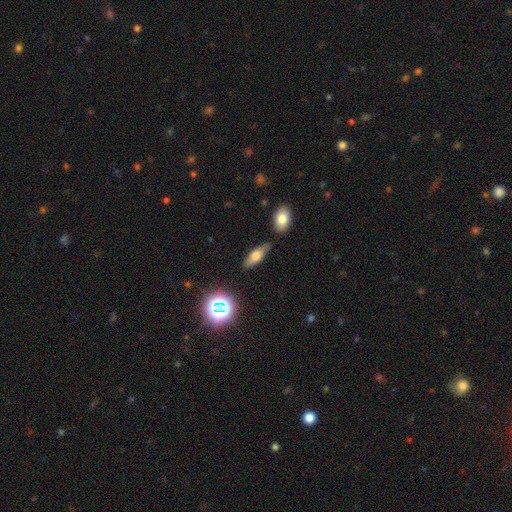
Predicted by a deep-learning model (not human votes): smooth_or_featured: smooth (p=0.64) [alt: featured or disk p=0.24]
how_rounded: in between (p=0.65) [alt: cigar-shaped p=0.31]
merging: none (p=0.73) [alt: minor disturbance p=0.16]